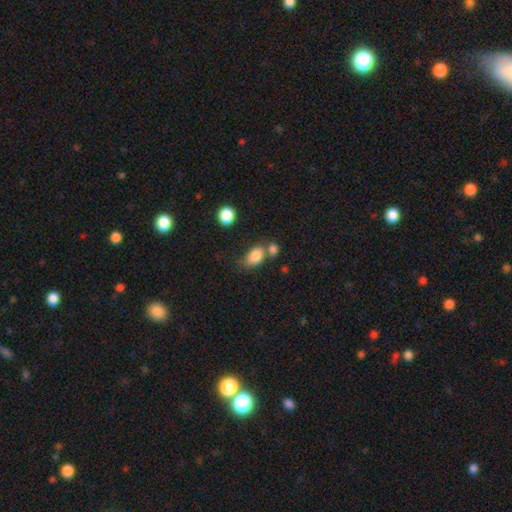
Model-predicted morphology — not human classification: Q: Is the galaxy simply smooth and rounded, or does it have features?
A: smooth — 83%.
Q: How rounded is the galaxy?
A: in between — 82%.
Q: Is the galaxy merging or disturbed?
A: none — 45%.